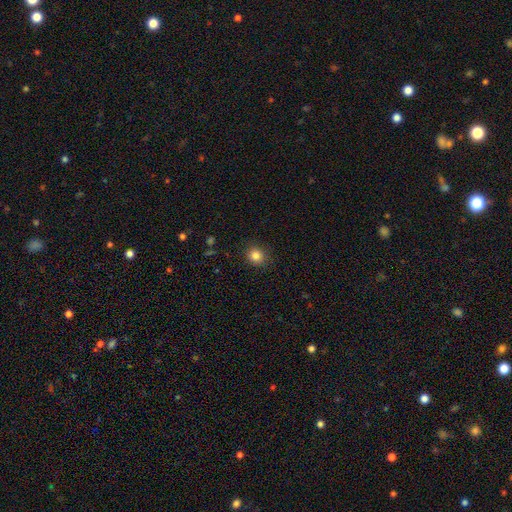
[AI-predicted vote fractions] smooth_or_featured: smooth (p=0.83) [alt: star or artifact p=0.11]
how_rounded: round (p=0.80) [alt: in between p=0.19]
merging: none (p=0.88) [alt: minor disturbance p=0.09]